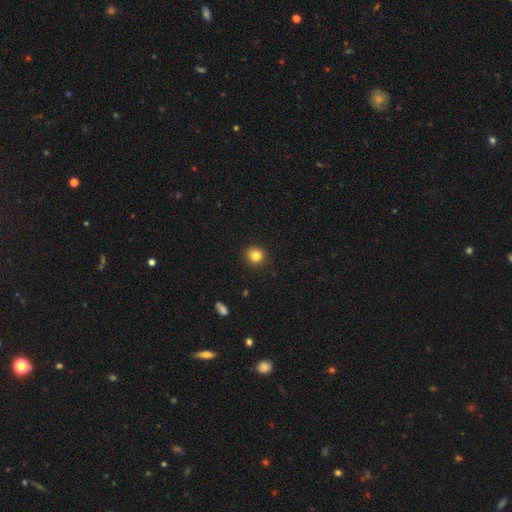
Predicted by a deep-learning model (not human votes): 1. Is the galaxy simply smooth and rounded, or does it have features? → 83% smooth, 11% star or artifact, 6% featured or disk.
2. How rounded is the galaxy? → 92% round, 7% in between, 1% cigar-shaped.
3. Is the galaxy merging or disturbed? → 92% none, 5% minor disturbance, 2% major disturbance, 1% merger.